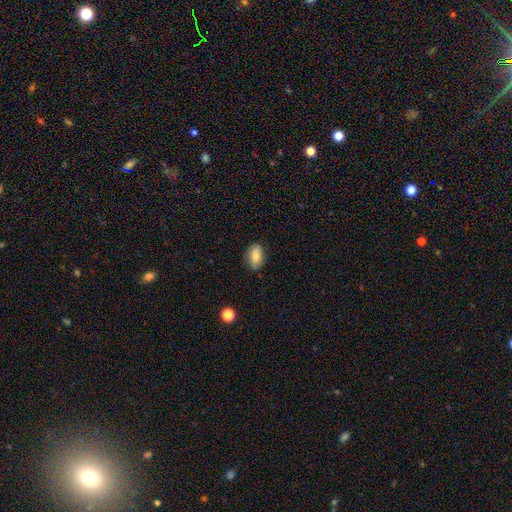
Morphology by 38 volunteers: This is likely a smooth galaxy (71%). How rounded: clearly in between (85%). Merging: likely none (79%).